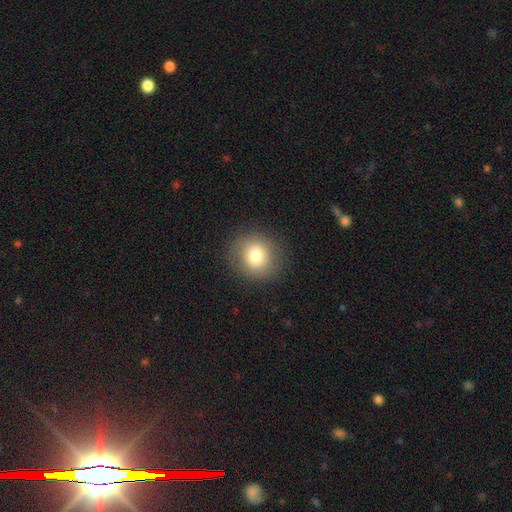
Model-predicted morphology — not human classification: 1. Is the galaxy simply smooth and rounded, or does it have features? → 78% smooth, 11% featured or disk, 11% star or artifact.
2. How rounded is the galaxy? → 88% round, 11% in between, 1% cigar-shaped.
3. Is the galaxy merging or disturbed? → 88% none, 8% minor disturbance, 3% major disturbance, 1% merger.